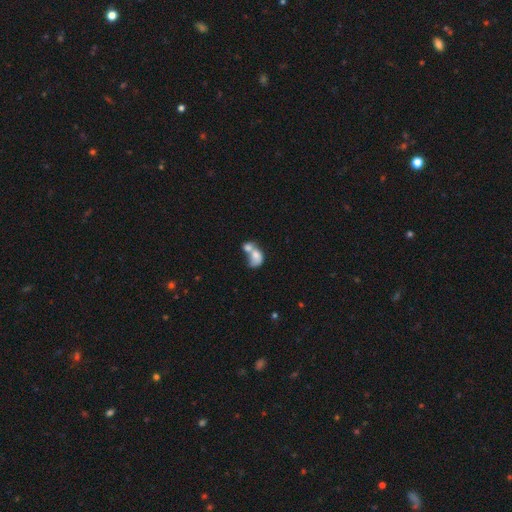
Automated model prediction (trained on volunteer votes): Q: Smooth or featured?
A: smooth (68%); runner-up: featured or disk (24%)
Q: How rounded?
A: in between (68%); runner-up: round (30%)
Q: Merging?
A: merger (76%); runner-up: none (11%)